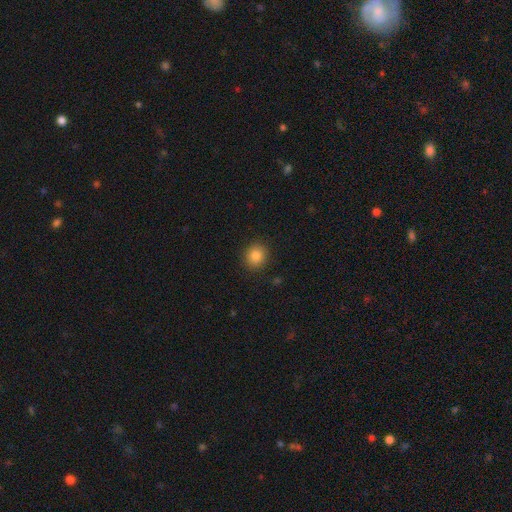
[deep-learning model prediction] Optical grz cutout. It shows a smooth galaxy with no disk features (84%) that is round (79%). Merging: none (90%).